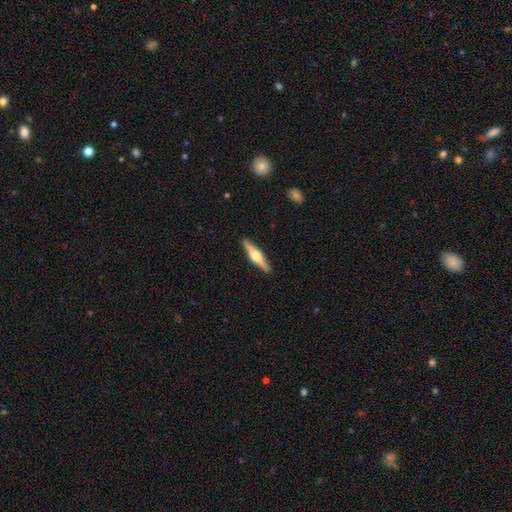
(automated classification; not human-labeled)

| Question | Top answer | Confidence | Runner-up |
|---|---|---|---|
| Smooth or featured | featured or disk | 65% | smooth (30%) |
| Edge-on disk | yes | 97% | no (3%) |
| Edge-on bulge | rounded | 94% | boxy (3%) |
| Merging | none | 92% | minor disturbance (6%) |